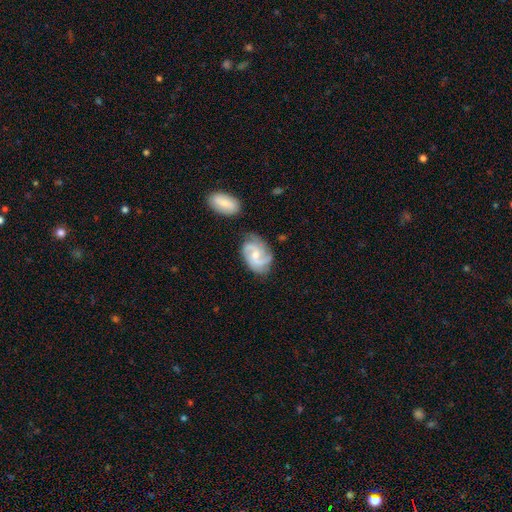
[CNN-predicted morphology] The model was most divided on "bulge size": moderate: 47%, small: 46%, none: 3%, large: 2%, dominant: 1%. More confident: edge-on disk — no (97%); spiral arms — yes (97%); smooth or featured — featured or disk (83%); merging — none (68%); spiral winding — medium (53%); bar — no (52%); spiral arm count — 2 (50%).